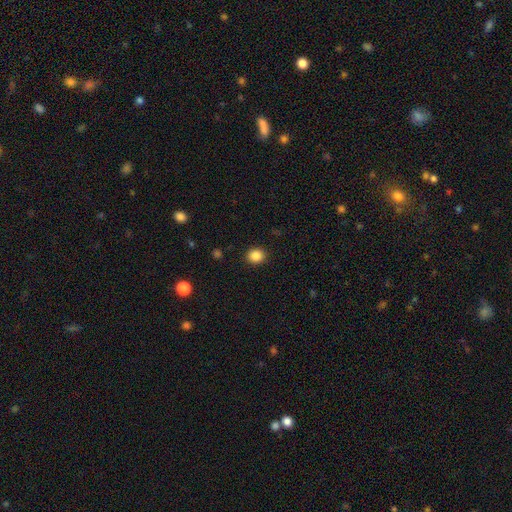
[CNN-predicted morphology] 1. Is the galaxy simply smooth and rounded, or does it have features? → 86% smooth, 10% star or artifact, 4% featured or disk.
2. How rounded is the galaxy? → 73% round, 26% in between, 1% cigar-shaped.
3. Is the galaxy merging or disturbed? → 91% none, 6% minor disturbance, 2% major disturbance, 1% merger.